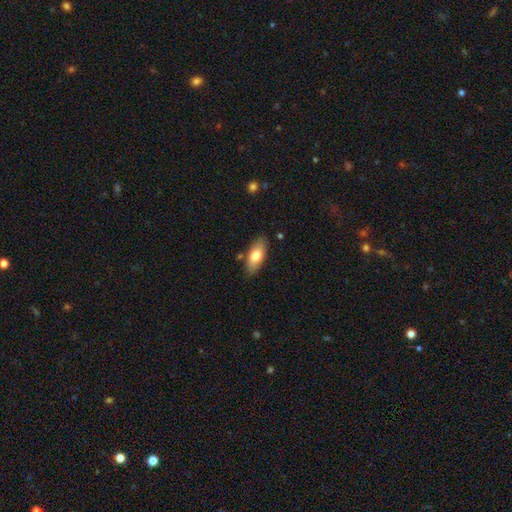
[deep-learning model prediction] A smooth galaxy with no disk features (75%) that is in between round and cigar-shaped (83%).

Vote fractions:
- Smooth or featured? smooth: 75% / featured or disk: 19% / star or artifact: 6%
- How rounded? in between: 83% / cigar-shaped: 14% / round: 2%
- Merging? none: 82% / minor disturbance: 12% / merger: 3% / major disturbance: 2%